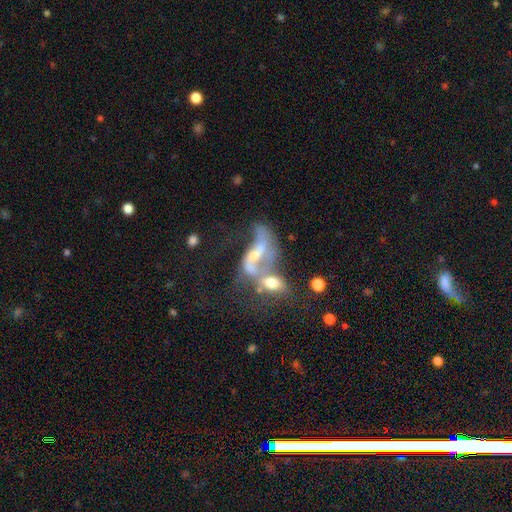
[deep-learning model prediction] Smooth or featured? Predicted: featured or disk (p=0.64). Edge-on disk? Predicted: no (p=0.91). Bar? Predicted: no (p=0.52). Spiral arms? Predicted: yes (p=0.60). Bulge size? Predicted: small (p=0.34). Merging? Predicted: merger (p=0.59).